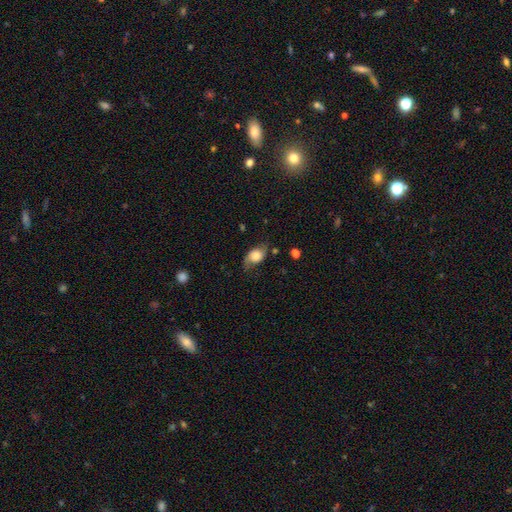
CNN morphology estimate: This appears to be a smooth galaxy with no disk features (57%) that is in between round and cigar-shaped (76%). Merging: none (61%).